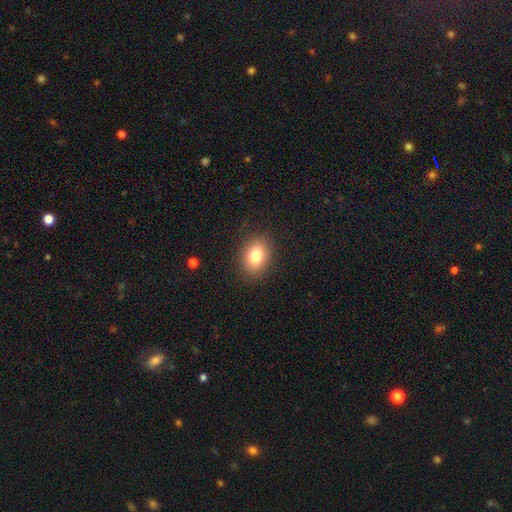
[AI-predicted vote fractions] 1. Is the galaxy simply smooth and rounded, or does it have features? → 80% smooth, 10% featured or disk, 10% star or artifact.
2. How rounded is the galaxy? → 68% in between, 31% round, 1% cigar-shaped.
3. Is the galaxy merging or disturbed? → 87% none, 9% minor disturbance, 3% major disturbance, 1% merger.